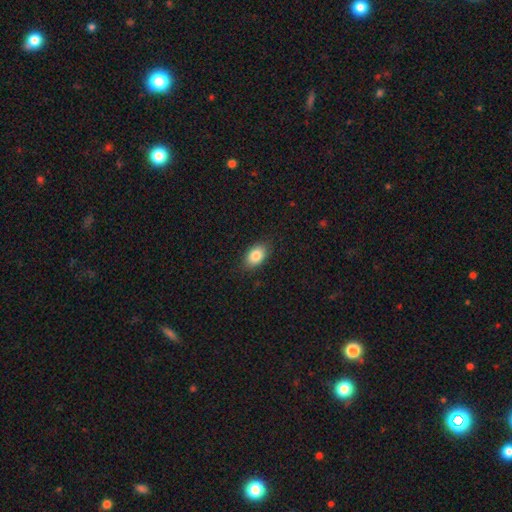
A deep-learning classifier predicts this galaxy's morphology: Smooth or featured: smooth — 86% (star or artifact — 8%)
How rounded: in between — 89% (round — 10%)
Merging: none — 86% (minor disturbance — 11%)